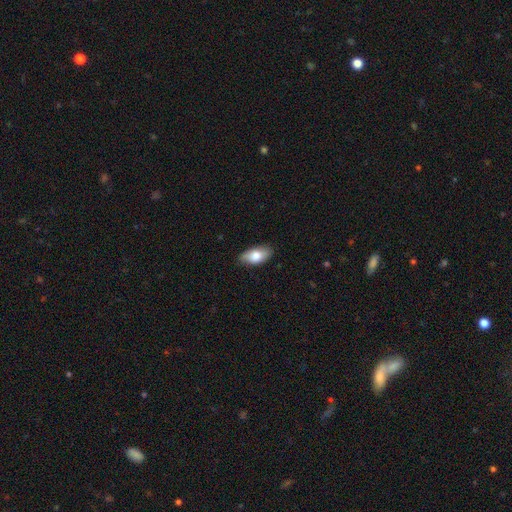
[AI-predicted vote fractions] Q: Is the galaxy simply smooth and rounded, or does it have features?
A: smooth — 78%.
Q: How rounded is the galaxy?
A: in between — 91%.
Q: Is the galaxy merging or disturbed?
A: none — 81%.